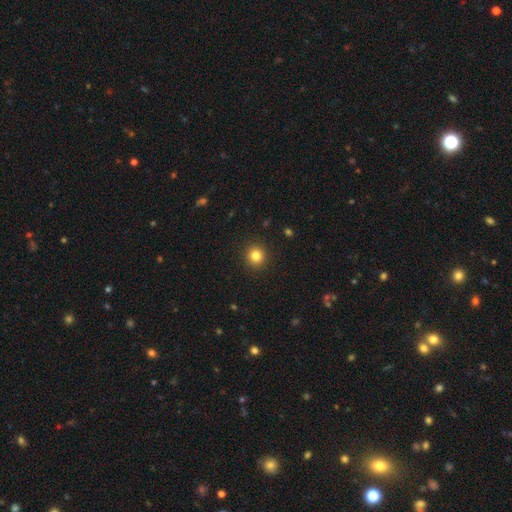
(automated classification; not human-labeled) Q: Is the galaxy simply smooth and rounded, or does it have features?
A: smooth — 83%.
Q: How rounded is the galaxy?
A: round — 93%.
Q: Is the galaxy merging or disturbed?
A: none — 92%.